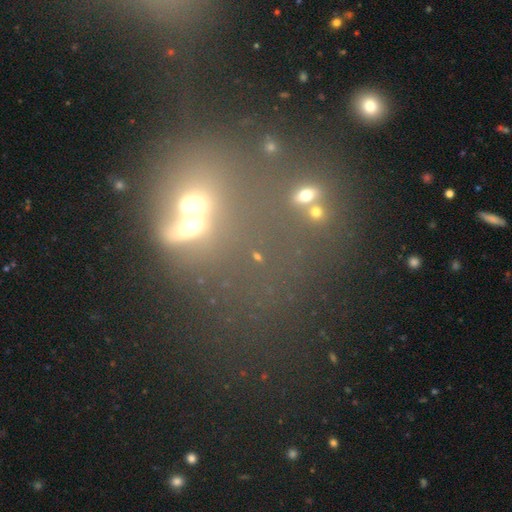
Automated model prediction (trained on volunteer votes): This is marginally a star or artifact rather than a galaxy (39%).